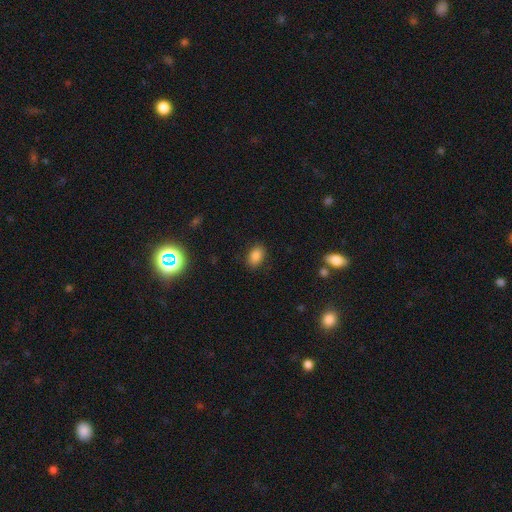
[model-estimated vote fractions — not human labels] This is clearly a smooth galaxy (85%). How rounded: clearly in between (84%). Merging: clearly none (87%).